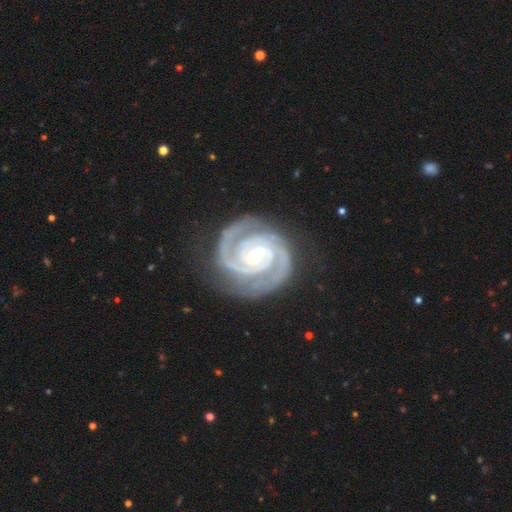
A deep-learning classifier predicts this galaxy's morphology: smooth-or-featured: featured or disk: 94% | star or artifact: 4% | smooth: 2%
  disk-edge-on: no: 98% | yes: 2%
    bar: weak: 45% | strong: 30% | no: 25%
    has-spiral-arms: yes: 99% | no: 1%
      spiral-winding: tight: 78% | medium: 20% | loose: 2%
      spiral-arm-count: 2: 80% | 3: 11% | can't tell: 3% | 4: 2% | 1: 2% | more than 4: 2%
    bulge-size: small: 53% | moderate: 44% | large: 2% | none: 1% | dominant: 1%
  merging: none: 79% | minor disturbance: 15% | major disturbance: 5% | merger: 1%